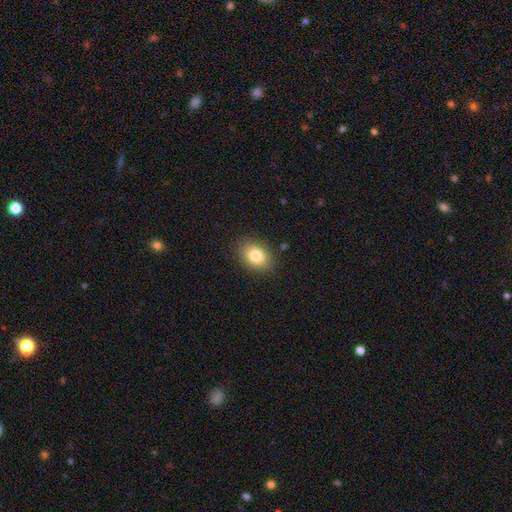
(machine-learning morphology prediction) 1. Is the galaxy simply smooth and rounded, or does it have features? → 82% smooth, 9% star or artifact, 9% featured or disk.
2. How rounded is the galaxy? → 71% in between, 28% round, 1% cigar-shaped.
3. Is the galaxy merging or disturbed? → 87% none, 9% minor disturbance, 3% major disturbance, 1% merger.